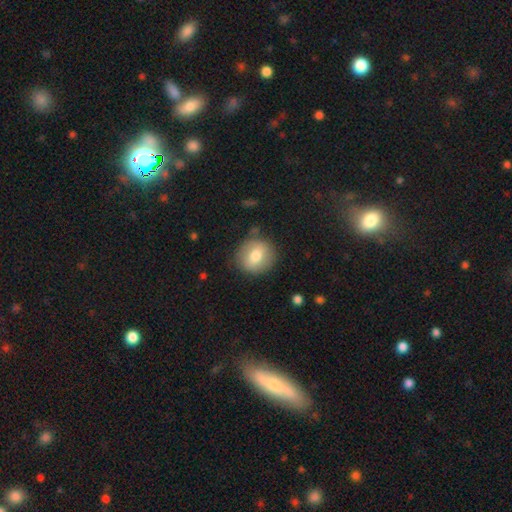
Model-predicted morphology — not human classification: A smooth galaxy with no disk features (72%) that is round (84%). Merging: none (82%).